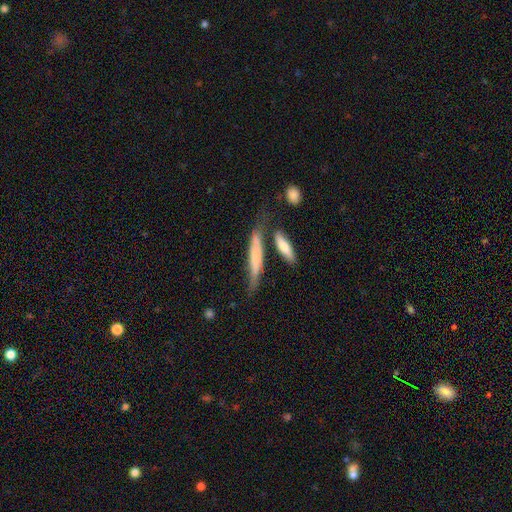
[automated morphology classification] Smooth or featured?
  - smooth: 56% *
  - featured or disk: 38%
  - star or artifact: 6%
How rounded?
  - cigar-shaped: 88% *
  - in between: 10%
  - round: 2%
Merging?
  - none: 54% *
  - minor disturbance: 22%
  - merger: 15%
  - major disturbance: 9%